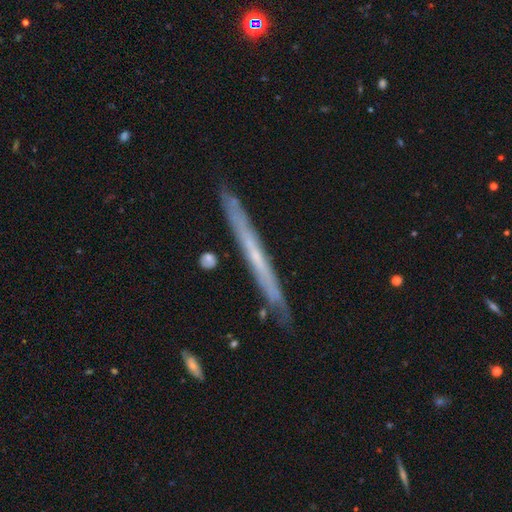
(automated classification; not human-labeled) A featured or disk galaxy (64%) viewed edge-on (93%) with no central bulge (81%).

Vote fractions:
- Smooth or featured? featured or disk: 64% / smooth: 29% / star or artifact: 7%
- Edge-on disk? yes: 93% / no: 7%
- Edge-on bulge? none: 81% / rounded: 16% / boxy: 3%
- Merging? none: 85% / minor disturbance: 11% / major disturbance: 2% / merger: 2%